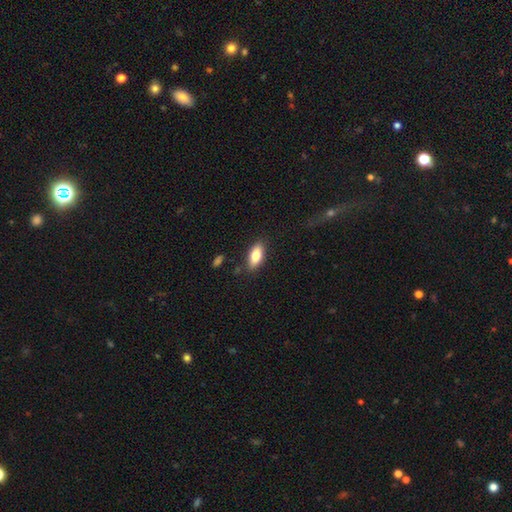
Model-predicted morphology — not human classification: Smooth or featured? smooth (78%)
How rounded? in between (82%)
Merging? none (85%)